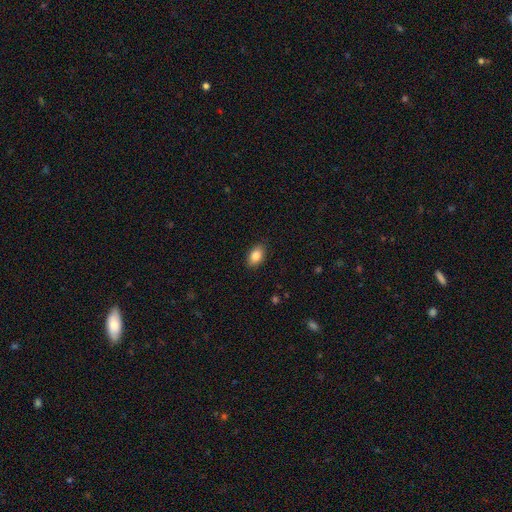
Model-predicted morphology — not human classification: A smooth galaxy with no disk features (87%) that is in between round and cigar-shaped (90%).

Vote fractions:
- Smooth or featured? smooth: 87% / star or artifact: 8% / featured or disk: 6%
- How rounded? in between: 90% / round: 8% / cigar-shaped: 2%
- Merging? none: 86% / minor disturbance: 10% / major disturbance: 2% / merger: 1%